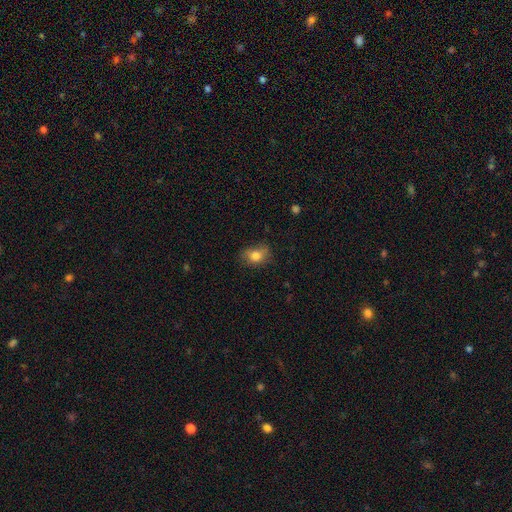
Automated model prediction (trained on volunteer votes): Morphology: type=smooth (78%); roundness=in between (66%); merging=none (66%).